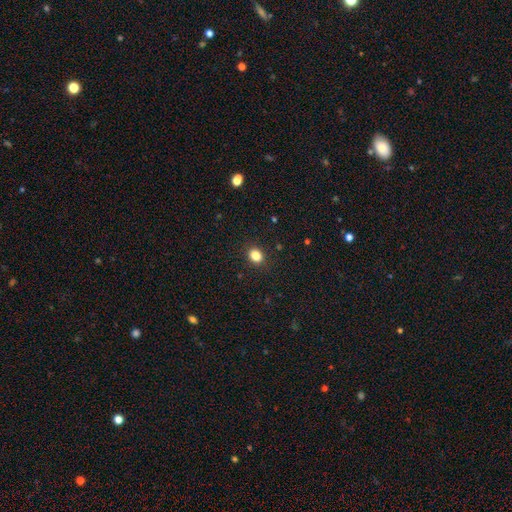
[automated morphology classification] Overall: smooth (84%). How rounded: round (51%; in between 48%). Merging: none (89%).